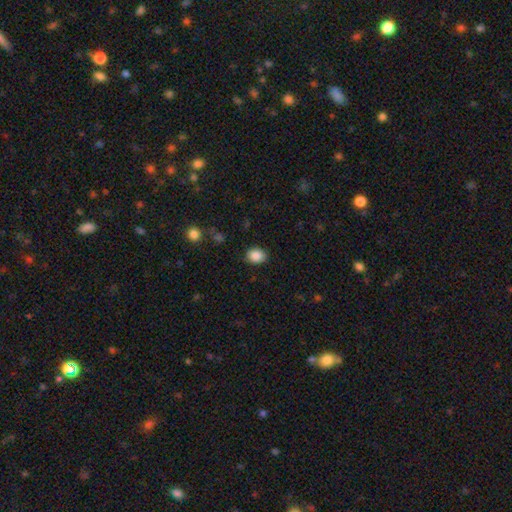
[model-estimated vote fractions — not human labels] smooth 88%, star or artifact 8%, featured or disk 4%. Down the decision tree: how rounded — in between (50%); merging — none (86%).